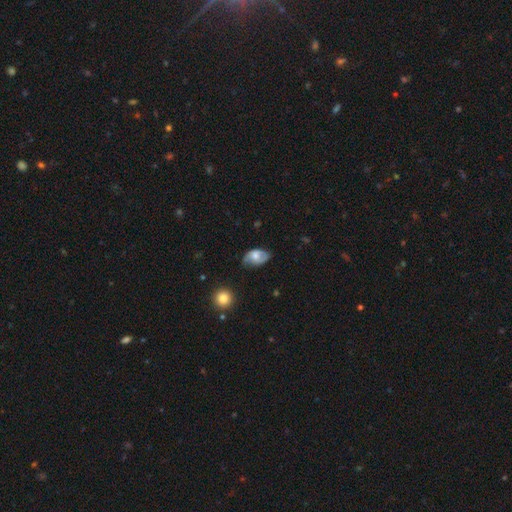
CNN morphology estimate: Overall: smooth (48%; featured or disk 44%). Merging: none (58%; minor disturbance 31%).